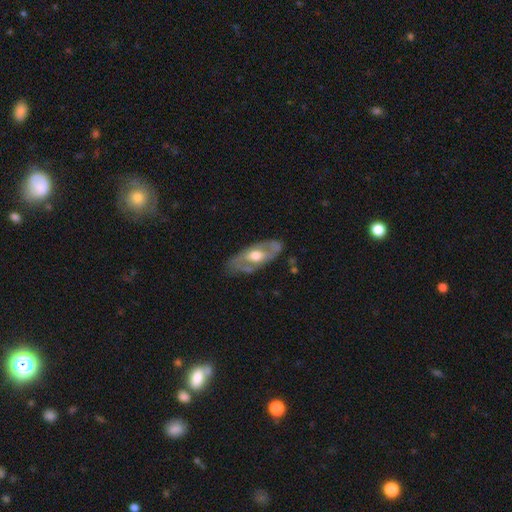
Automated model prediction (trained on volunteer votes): smooth_or_featured: featured or disk (p=0.65) [alt: smooth p=0.31]
disk_edge_on: no (p=0.81) [alt: yes p=0.19]
bar: no (p=0.64) [alt: weak p=0.26]
has_spiral_arms: no (p=0.57) [alt: yes p=0.43]
bulge_size: moderate (p=0.68) [alt: large p=0.21]
merging: none (p=0.74) [alt: minor disturbance p=0.18]